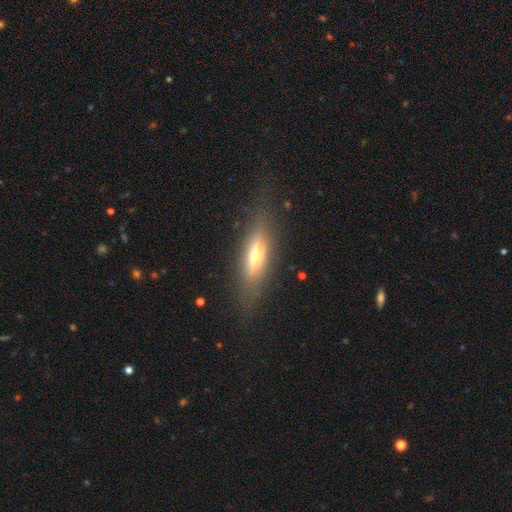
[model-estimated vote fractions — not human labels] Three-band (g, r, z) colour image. It shows a featured or disk galaxy (55%) viewed edge-on (87%). Merging: none (77%).